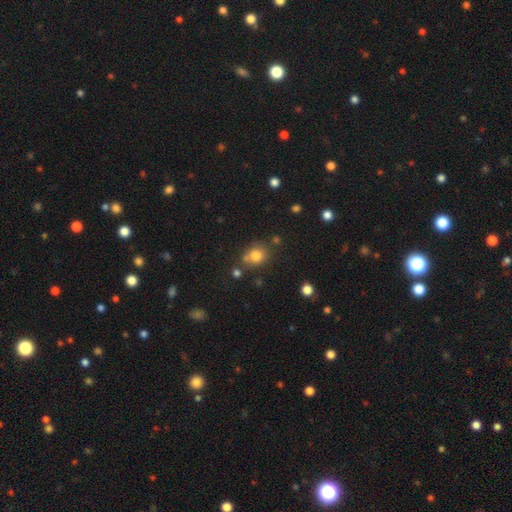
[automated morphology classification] Smooth or featured: smooth — 78% (star or artifact — 13%)
How rounded: round — 76% (in between — 23%)
Merging: none — 63% (merger — 17%)